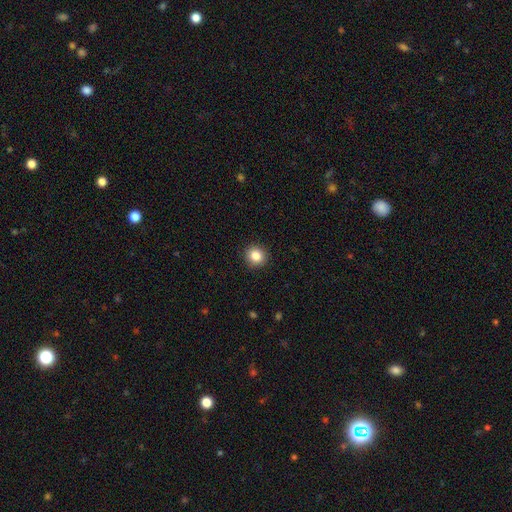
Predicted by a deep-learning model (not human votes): A smooth galaxy with no disk features (85%) that is round (90%). Merging: none (92%).